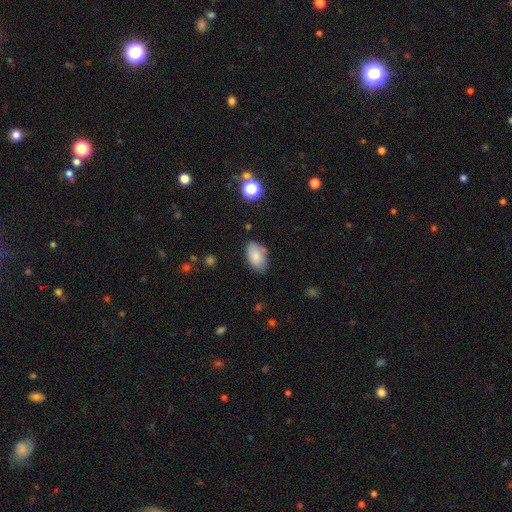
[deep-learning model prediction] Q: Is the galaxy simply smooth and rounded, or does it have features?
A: smooth — 82%.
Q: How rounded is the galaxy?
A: in between — 93%.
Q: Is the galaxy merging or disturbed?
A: none — 75%.